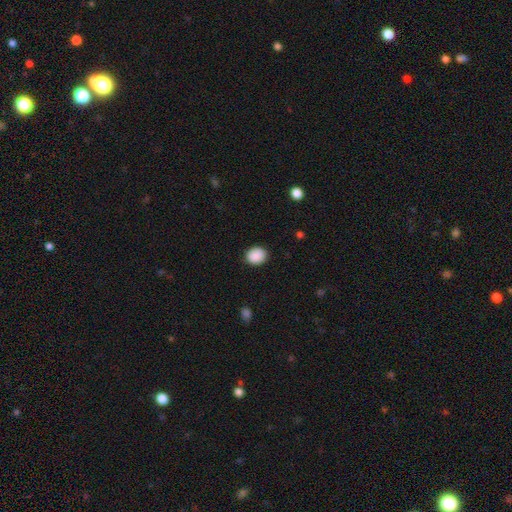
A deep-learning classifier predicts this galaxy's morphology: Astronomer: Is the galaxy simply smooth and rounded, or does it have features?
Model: smooth — 90%.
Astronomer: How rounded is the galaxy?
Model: round — 63%.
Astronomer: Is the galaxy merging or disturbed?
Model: none — 89%.